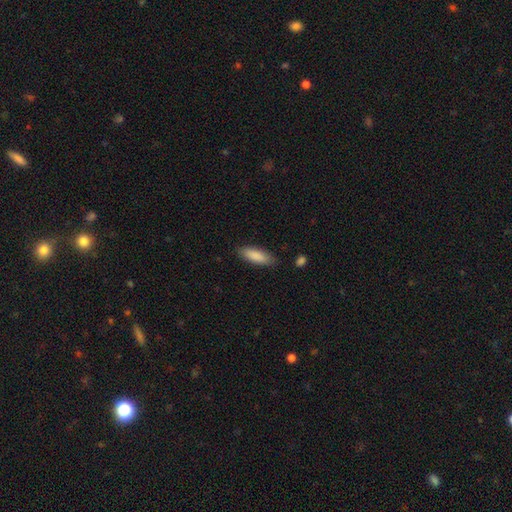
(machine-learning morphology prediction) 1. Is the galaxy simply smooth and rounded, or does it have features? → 88% smooth, 7% featured or disk, 6% star or artifact.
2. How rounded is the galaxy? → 59% in between, 40% cigar-shaped, 2% round.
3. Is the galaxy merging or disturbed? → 85% none, 12% minor disturbance, 2% major disturbance, 2% merger.